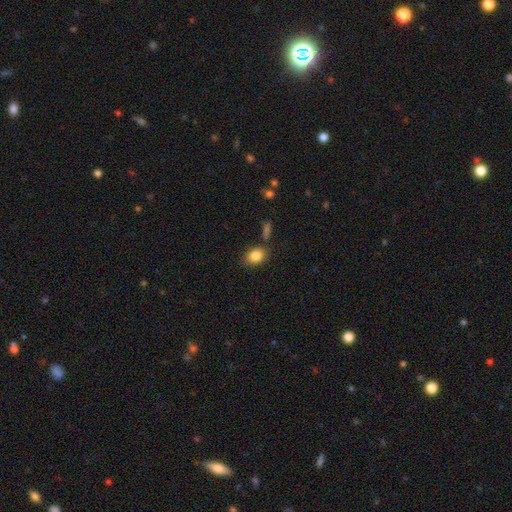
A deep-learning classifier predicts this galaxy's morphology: This appears to be a smooth galaxy with no disk features (84%) that is in between round and cigar-shaped (73%). Merging: none (75%).